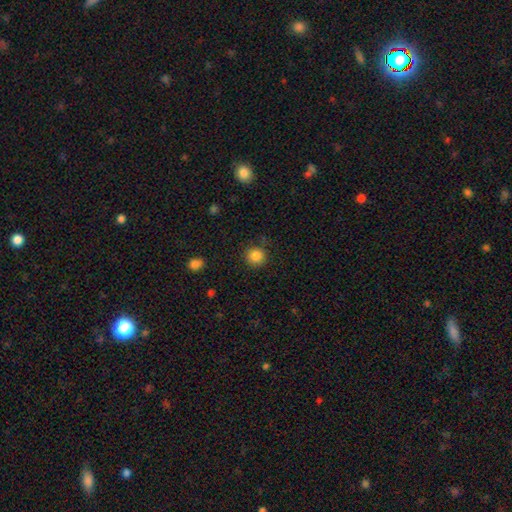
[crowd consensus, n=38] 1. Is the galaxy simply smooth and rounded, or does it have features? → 92% smooth, 5% featured or disk, 3% star or artifact.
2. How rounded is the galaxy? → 94% round, 6% in between, 0% cigar-shaped.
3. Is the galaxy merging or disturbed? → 86% none, 8% minor disturbance, 5% major disturbance, 0% merger.